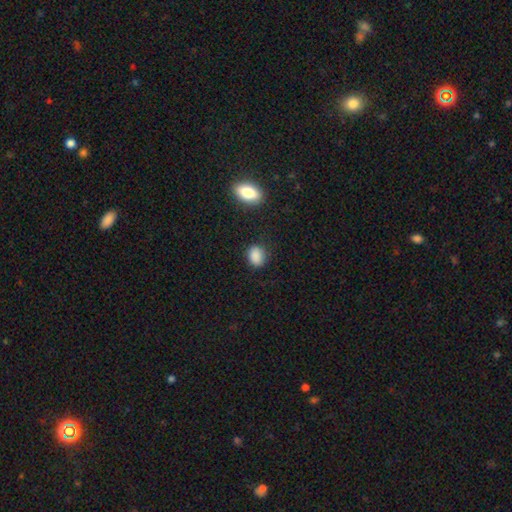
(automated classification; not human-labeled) Smooth or featured: smooth — 87% (star or artifact — 9%)
How rounded: in between — 60% (round — 38%)
Merging: none — 81% (minor disturbance — 14%)